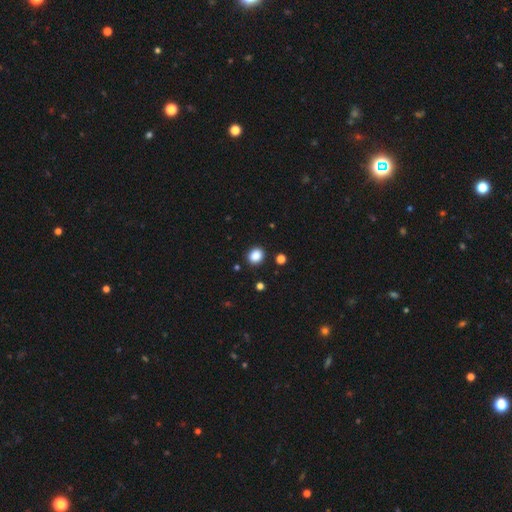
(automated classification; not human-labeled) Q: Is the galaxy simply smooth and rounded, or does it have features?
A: smooth — 87%.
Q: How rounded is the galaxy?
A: round — 64%.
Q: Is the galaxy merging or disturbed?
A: none — 88%.